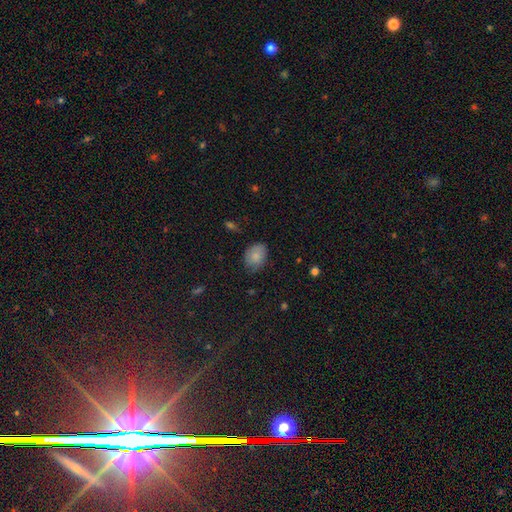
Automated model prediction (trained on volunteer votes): Smooth or featured?
  - smooth: 84% *
  - star or artifact: 8%
  - featured or disk: 8%
How rounded?
  - in between: 70% *
  - round: 29%
  - cigar-shaped: 1%
Merging?
  - none: 72% *
  - minor disturbance: 22%
  - major disturbance: 5%
  - merger: 1%